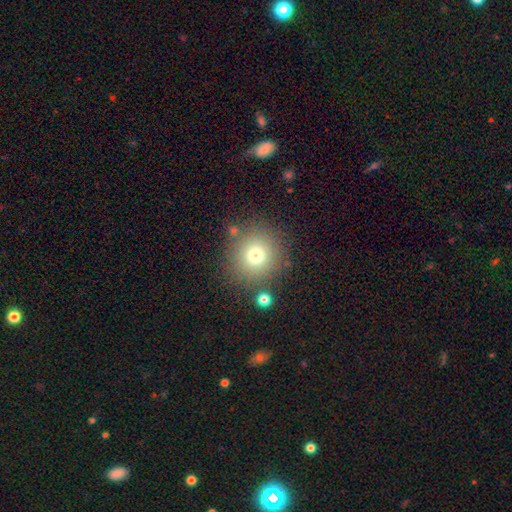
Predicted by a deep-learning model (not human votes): smooth-or-featured: smooth: 75% | star or artifact: 14% | featured or disk: 11%
  how-rounded: round: 92% | in between: 7% | cigar-shaped: 1%
  merging: none: 84% | minor disturbance: 8% | merger: 4% | major disturbance: 3%